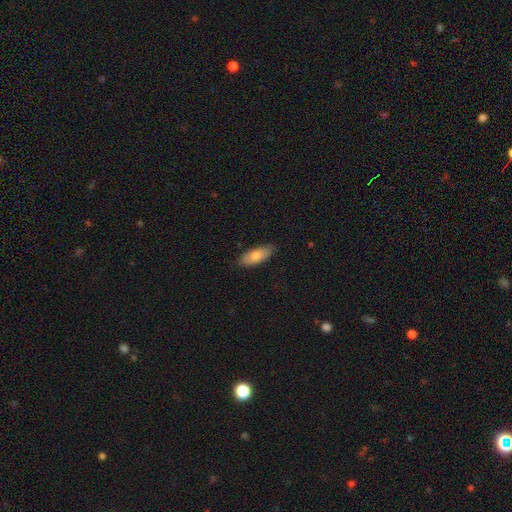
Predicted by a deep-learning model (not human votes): Smooth or featured?
  - smooth: 77% *
  - featured or disk: 17%
  - star or artifact: 6%
How rounded?
  - in between: 73% *
  - cigar-shaped: 25%
  - round: 2%
Merging?
  - none: 87% *
  - minor disturbance: 11%
  - major disturbance: 2%
  - merger: 1%